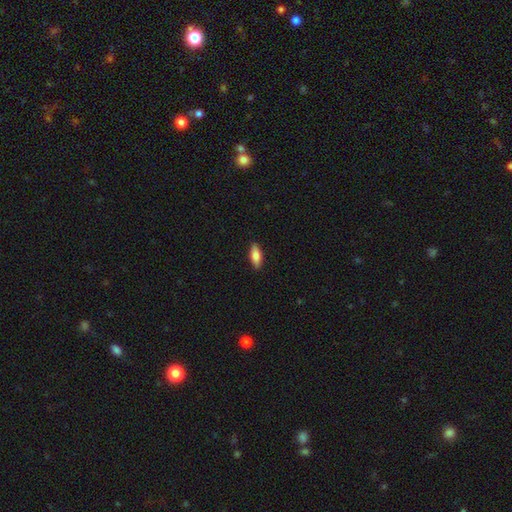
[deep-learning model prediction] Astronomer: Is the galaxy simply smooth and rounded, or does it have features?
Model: smooth — 77%.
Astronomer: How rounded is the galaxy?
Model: in between — 73%.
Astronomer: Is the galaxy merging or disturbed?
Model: none — 89%.